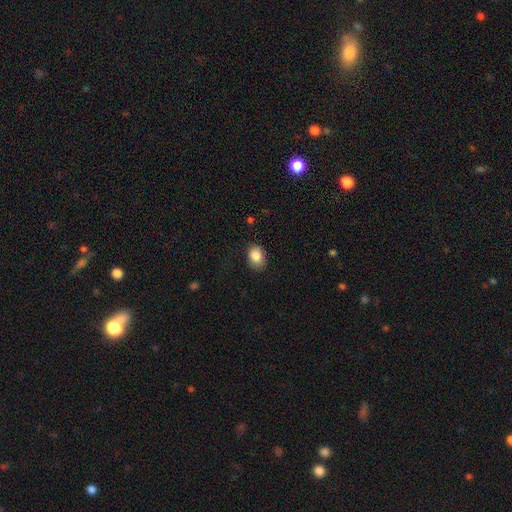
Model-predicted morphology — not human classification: Smooth or featured? smooth (87%)
How rounded? in between (65%)
Merging? none (76%)